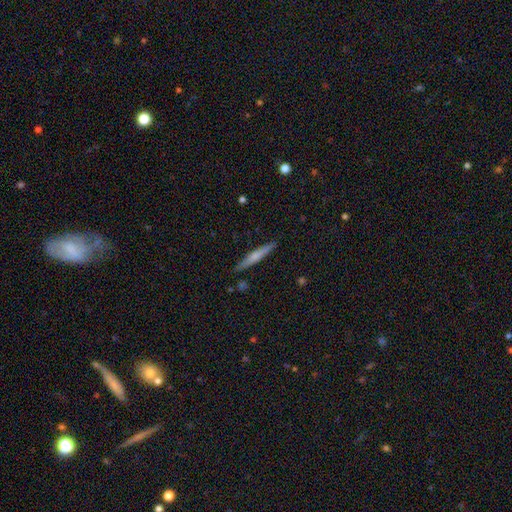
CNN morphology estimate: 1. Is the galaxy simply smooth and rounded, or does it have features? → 52% smooth, 42% featured or disk, 6% star or artifact.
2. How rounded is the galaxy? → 95% cigar-shaped, 4% in between, 1% round.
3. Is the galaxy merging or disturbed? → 89% none, 8% minor disturbance, 2% merger, 2% major disturbance.